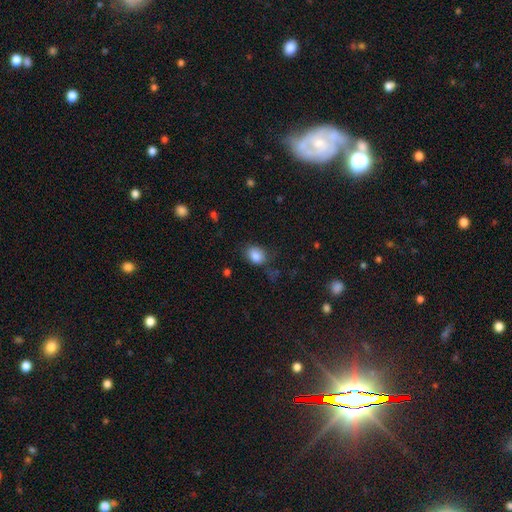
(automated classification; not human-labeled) Morphology: type=smooth (85%); roundness=in between (67%); merging=none (68%).